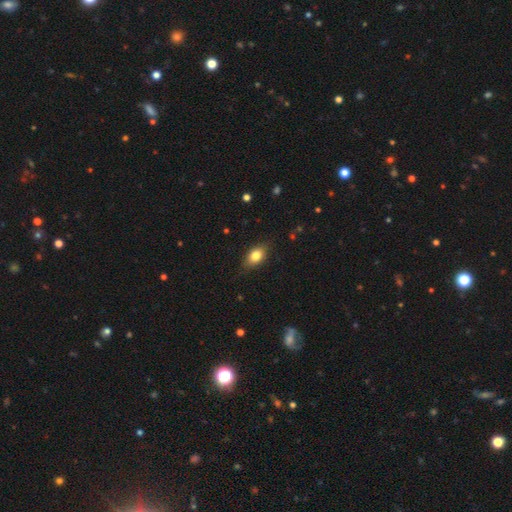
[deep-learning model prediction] This is clearly a smooth galaxy (80%). How rounded: clearly in between (82%). Merging: clearly none (81%).